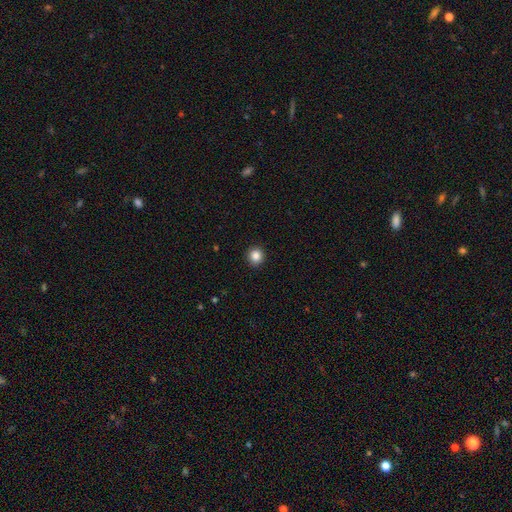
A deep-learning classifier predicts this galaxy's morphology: type=smooth (85%); roundness=round (92%); merging=none (92%).